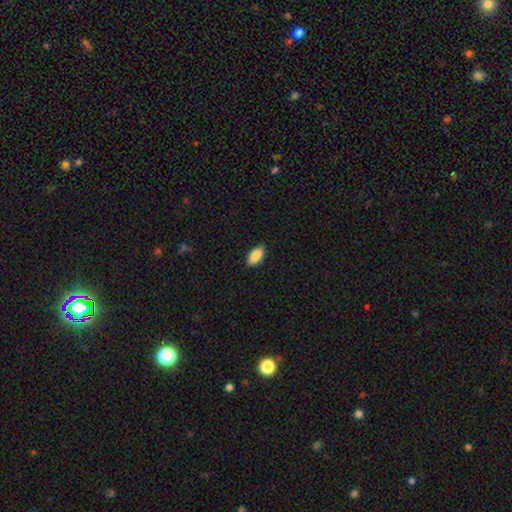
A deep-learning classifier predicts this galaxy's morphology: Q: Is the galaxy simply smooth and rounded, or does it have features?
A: smooth — 88%.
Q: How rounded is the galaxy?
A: in between — 91%.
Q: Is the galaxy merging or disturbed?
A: none — 89%.